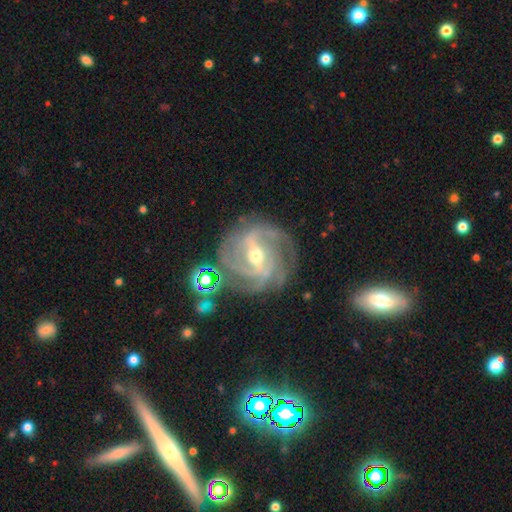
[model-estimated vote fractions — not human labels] This is clearly a featured or disk galaxy (90%). It is clearly not viewed edge-on (97%). Bar: possibly strong (46%). Spiral arm pattern: clearly yes (98%). Spiral arm count: marginally 3 (37%). Spiral winding: possibly tight (51%). Central bulge: possibly moderate (57%). Merging: likely none (75%).